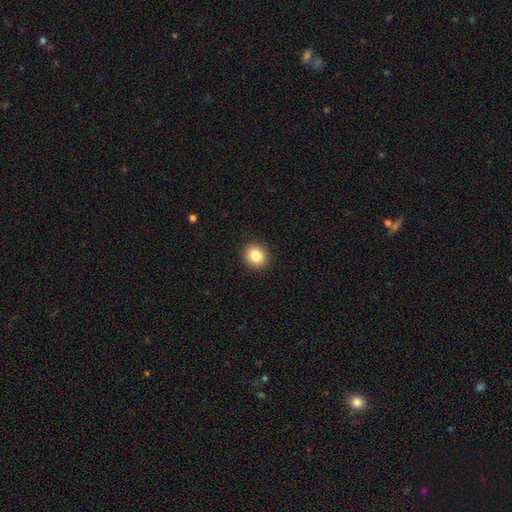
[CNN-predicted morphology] Smooth or featured: smooth — 85% (star or artifact — 9%)
How rounded: round — 81% (in between — 18%)
Merging: none — 92% (minor disturbance — 6%)